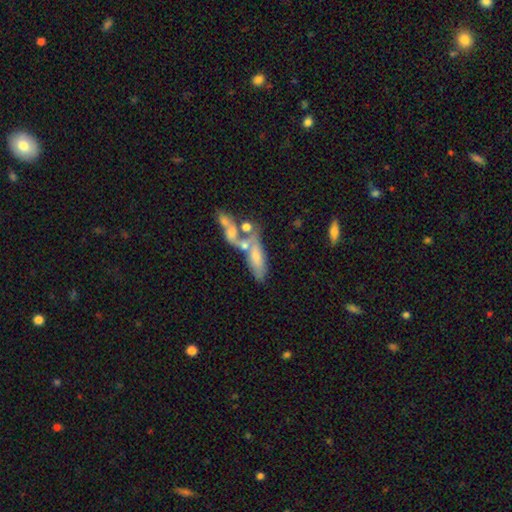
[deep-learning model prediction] Smooth or featured: smooth — 45% (featured or disk — 43%)
Merging: merger — 49% (none — 24%)